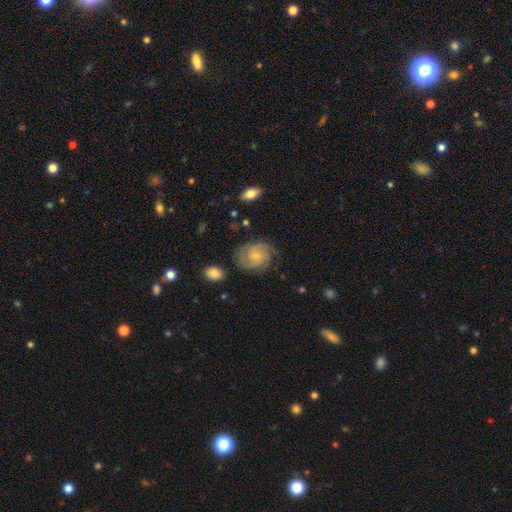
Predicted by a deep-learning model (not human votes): Overall: featured or disk (69%). Edge-on disk: no (98%). Bar: no (71%). Spiral arms: yes (93%). Spiral arm count: 2 (34%; can't tell 27%). Spiral winding: tight (56%; medium 34%). Bulge size: small (74%). Merging: none (72%).